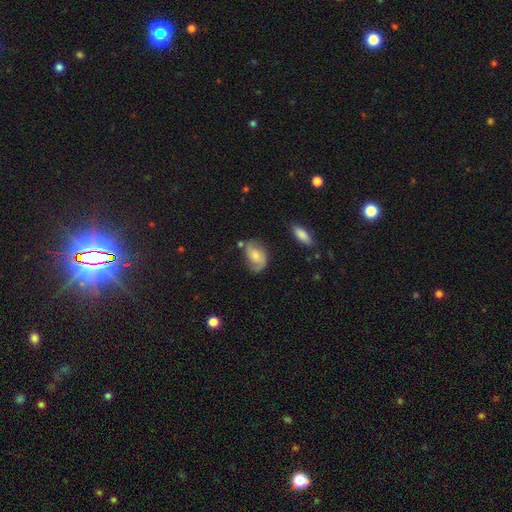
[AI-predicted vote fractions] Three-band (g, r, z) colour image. It shows a featured or disk galaxy (52%). Merging: none (54%).